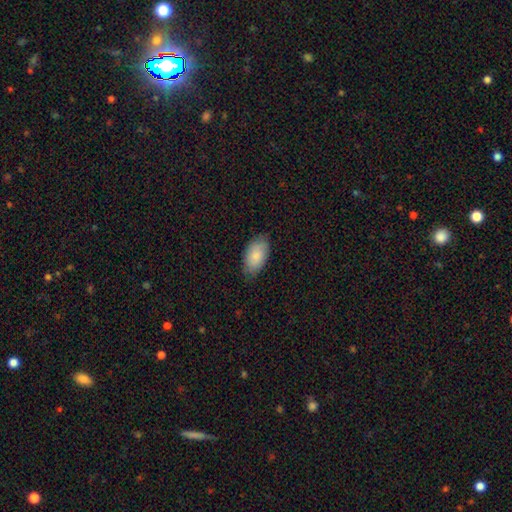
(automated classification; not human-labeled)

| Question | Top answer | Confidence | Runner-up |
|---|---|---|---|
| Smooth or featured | smooth | 85% | featured or disk (10%) |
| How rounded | in between | 95% | round (4%) |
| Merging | none | 80% | minor disturbance (17%) |